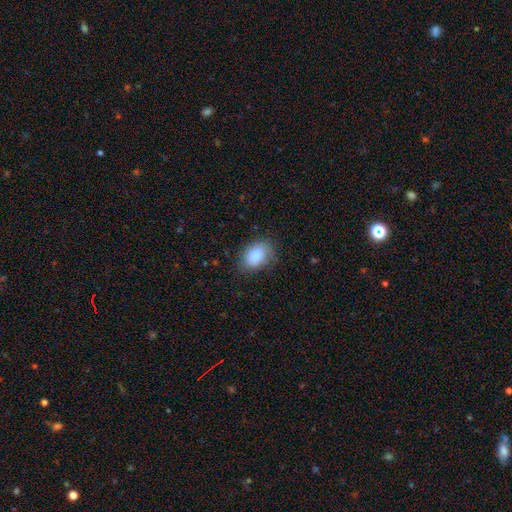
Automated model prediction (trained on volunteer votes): Morphology: type=smooth (88%); roundness=in between (84%); merging=none (75%).